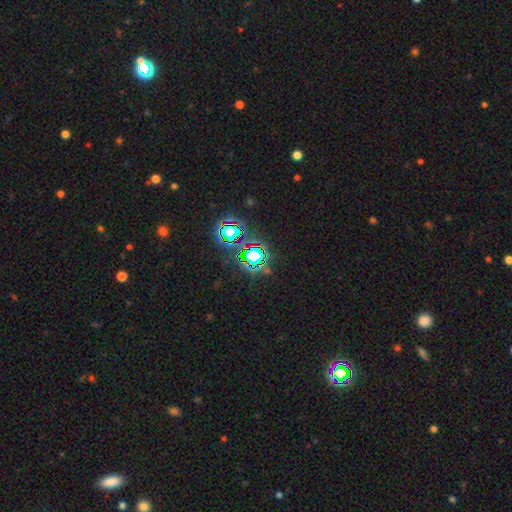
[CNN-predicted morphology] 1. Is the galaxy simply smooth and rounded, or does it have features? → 75% star or artifact, 15% smooth, 10% featured or disk.